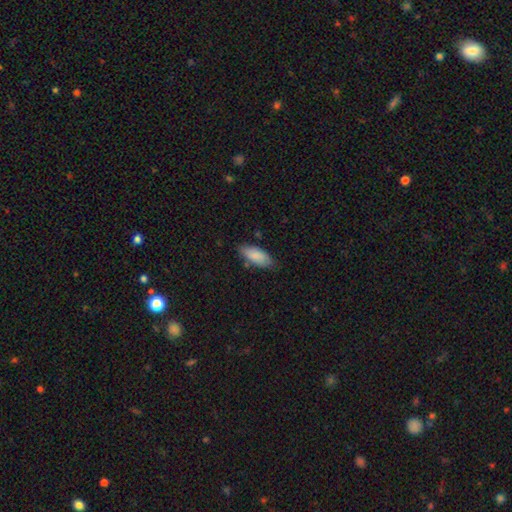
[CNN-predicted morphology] A smooth galaxy with no disk features (87%) that is in between round and cigar-shaped (83%). Merging: none (77%).